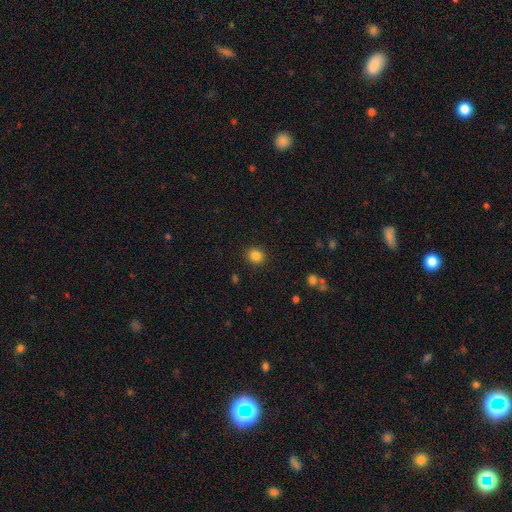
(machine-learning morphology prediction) smooth 84%, star or artifact 11%, featured or disk 5%. Down the decision tree: how rounded — round (82%); merging — none (91%).